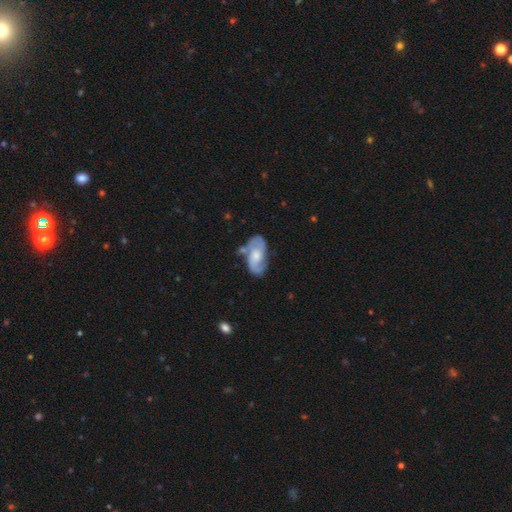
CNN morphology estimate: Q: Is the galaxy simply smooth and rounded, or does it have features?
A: featured or disk — 76%.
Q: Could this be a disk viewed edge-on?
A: no — 96%.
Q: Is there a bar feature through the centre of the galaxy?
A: no — 58%.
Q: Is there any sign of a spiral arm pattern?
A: yes — 92%.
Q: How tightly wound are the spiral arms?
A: medium — 49%.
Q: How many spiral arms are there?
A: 2 — 87%.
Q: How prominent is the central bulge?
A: moderate — 49%.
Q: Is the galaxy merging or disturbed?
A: none — 62%.